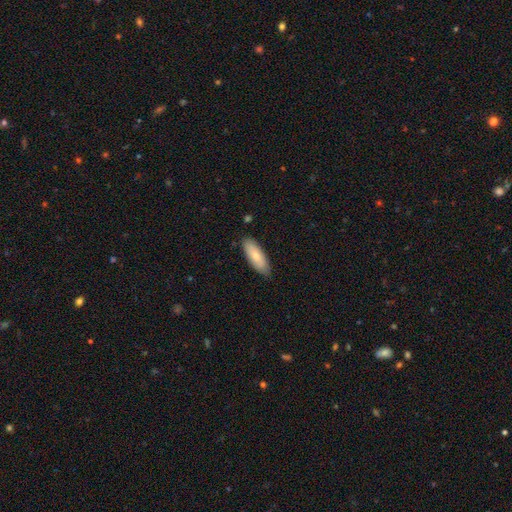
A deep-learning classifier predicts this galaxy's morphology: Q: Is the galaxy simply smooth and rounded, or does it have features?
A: smooth — 77%.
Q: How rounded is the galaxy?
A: in between — 70%.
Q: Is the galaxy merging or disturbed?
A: none — 83%.